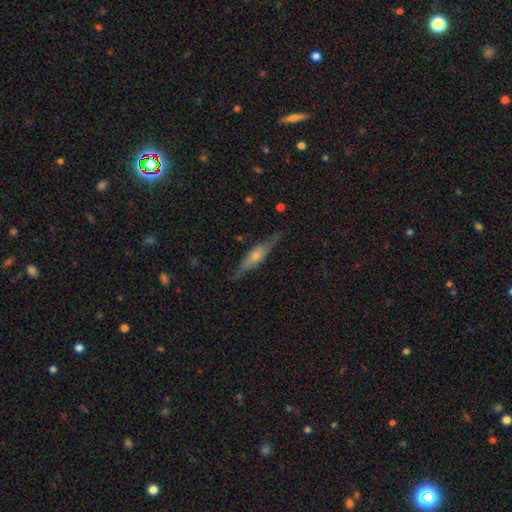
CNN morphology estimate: The model was most divided on "smooth or featured": featured or disk: 67%, smooth: 27%, star or artifact: 7%. More confident: edge-on disk — yes (90%); merging — none (80%); edge-on bulge — rounded (74%).